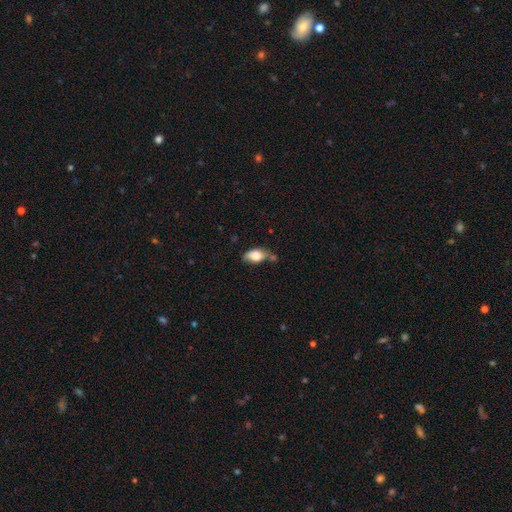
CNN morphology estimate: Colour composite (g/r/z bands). It shows a smooth galaxy with no disk features (78%) that is in between round and cigar-shaped (89%). Merging: none (40%).